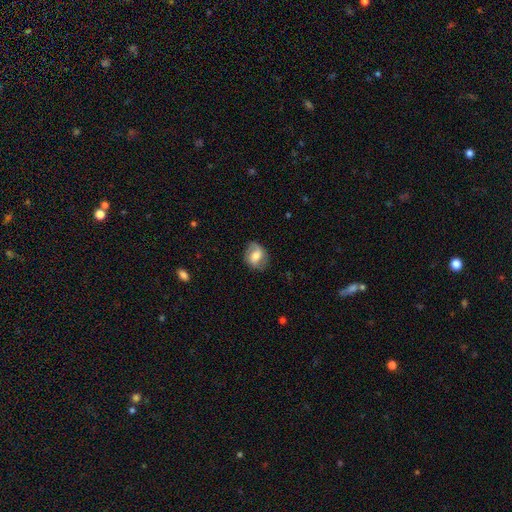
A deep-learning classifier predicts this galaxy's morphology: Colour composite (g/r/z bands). It shows a featured or disk galaxy (46%, tied with smooth). Merging: none (75%).